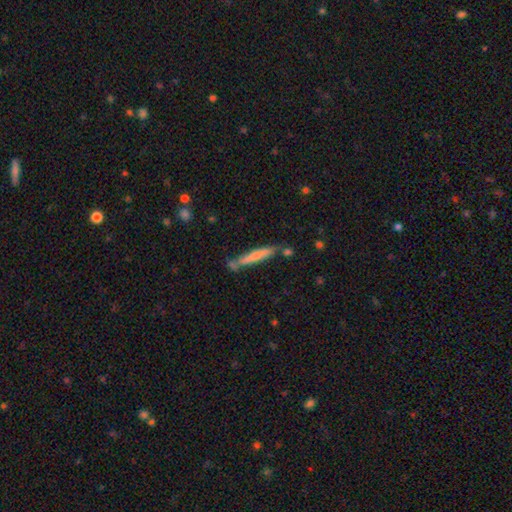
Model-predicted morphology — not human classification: The model was most divided on "smooth or featured": smooth: 64%, featured or disk: 30%, star or artifact: 6%. More confident: how rounded — cigar-shaped (94%); merging — none (68%).